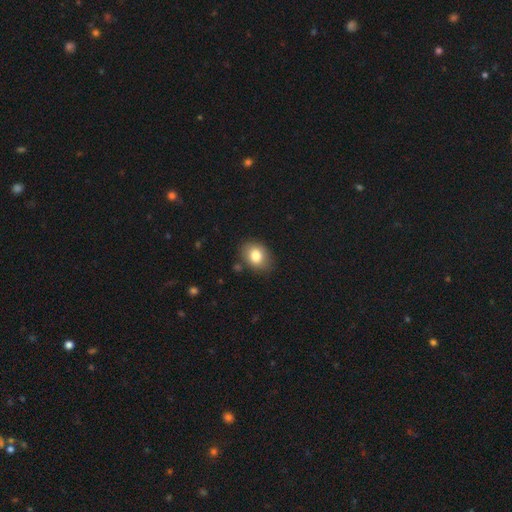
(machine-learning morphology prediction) This is clearly a smooth galaxy (81%). How rounded: likely in between (64%). Merging: clearly none (82%).